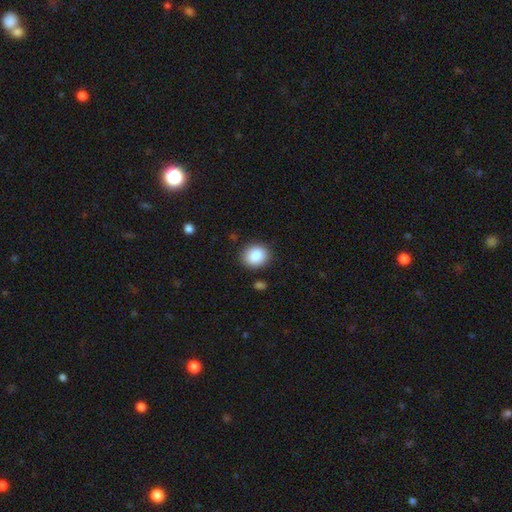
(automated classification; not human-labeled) Smooth or featured? smooth (89%)
How rounded? round (69%)
Merging? none (87%)